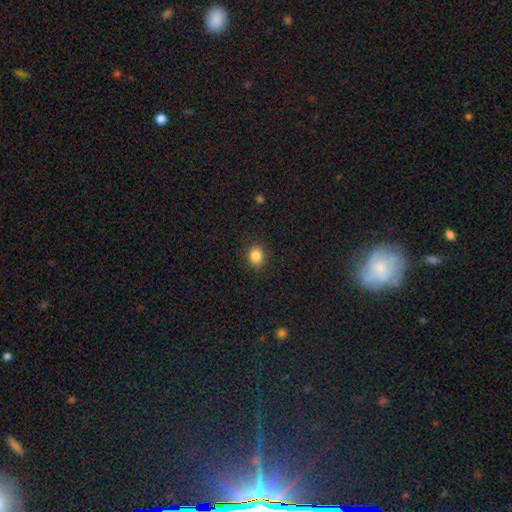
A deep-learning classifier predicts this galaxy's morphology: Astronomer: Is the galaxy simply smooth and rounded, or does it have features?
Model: smooth — 86%.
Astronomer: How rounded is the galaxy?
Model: round — 62% (runner-up: in between, 37%).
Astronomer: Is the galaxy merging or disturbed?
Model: none — 90%.